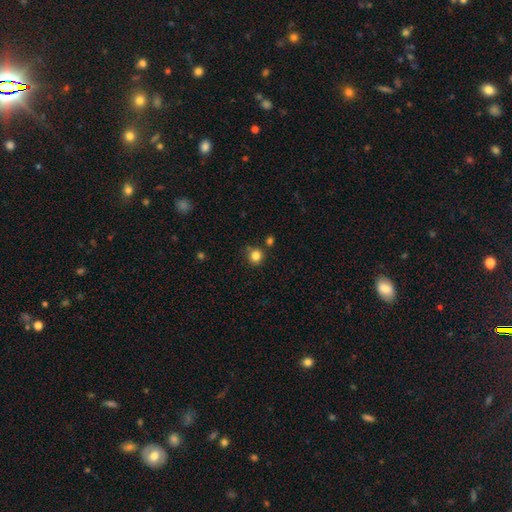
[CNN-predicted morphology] Smooth or featured? Predicted: smooth (p=0.83). How rounded? Predicted: round (p=0.90). Merging? Predicted: none (p=0.78).